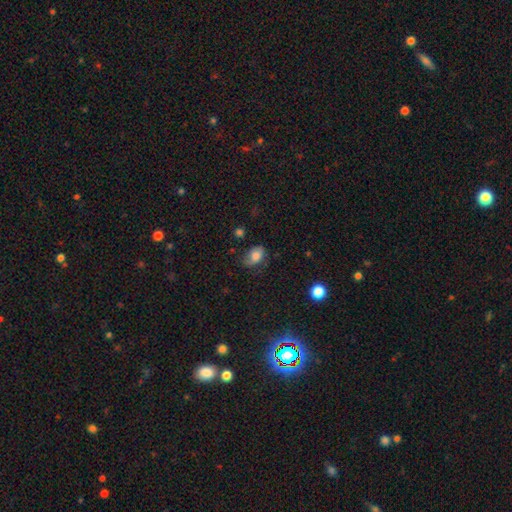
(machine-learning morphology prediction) Overall: smooth (74%). How rounded: in between (80%). Merging: none (52%; minor disturbance 33%).